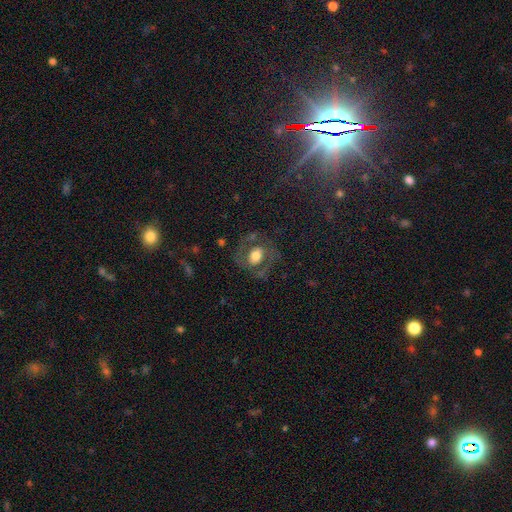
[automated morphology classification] type=featured or disk (51%); edge-on=no (95%); merging=none (65%).